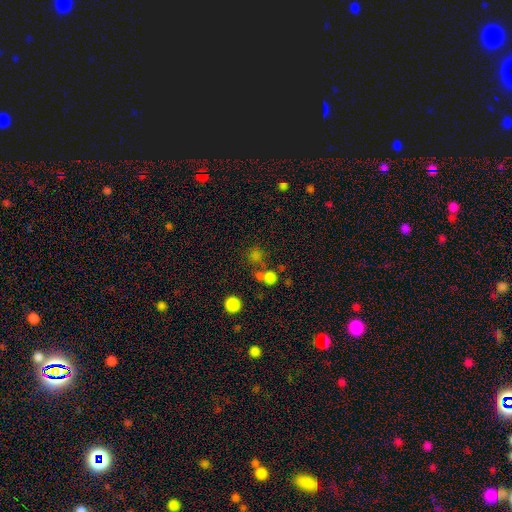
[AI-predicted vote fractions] A smooth galaxy with no disk features (67%) that is round (86%). Merging: none (59%).